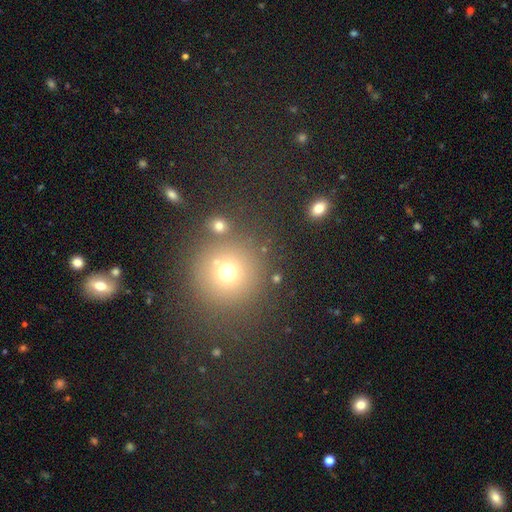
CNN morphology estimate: Smooth or featured? Predicted: smooth (p=0.58). How rounded? Predicted: round (p=0.90). Merging? Predicted: none (p=0.83).